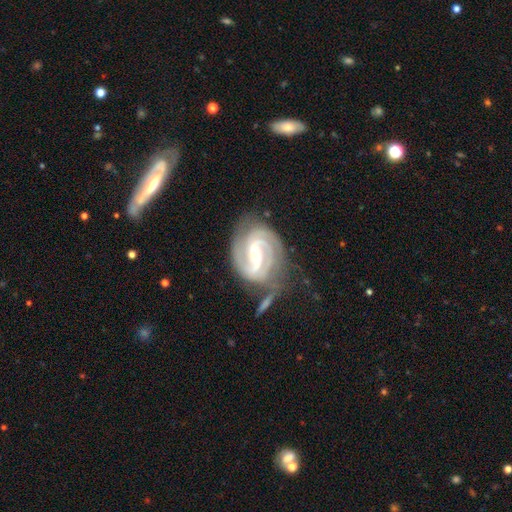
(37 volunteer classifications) Smooth or featured?
  - featured or disk: 92% *
  - smooth: 5%
  - star or artifact: 3%
Edge-on disk?
  - no: 100% *
  - yes: 0%
Bar?
  - strong: 47% *
  - weak: 41%
  - no: 12%
Spiral arms?
  - yes: 97% *
  - no: 3%
Spiral winding?
  - tight: 52% *
  - medium: 45%
  - loose: 3%
Spiral arm count?
  - 2: 45% *
  - 3: 39%
  - can't tell: 12%
  - 4: 3%
  - 1: 0%
  - more than 4: 0%
Bulge size?
  - small: 59% *
  - moderate: 32%
  - none: 9%
  - dominant: 0%
  - large: 0%
Merging?
  - none: 58% *
  - minor disturbance: 22%
  - major disturbance: 19%
  - merger: 0%